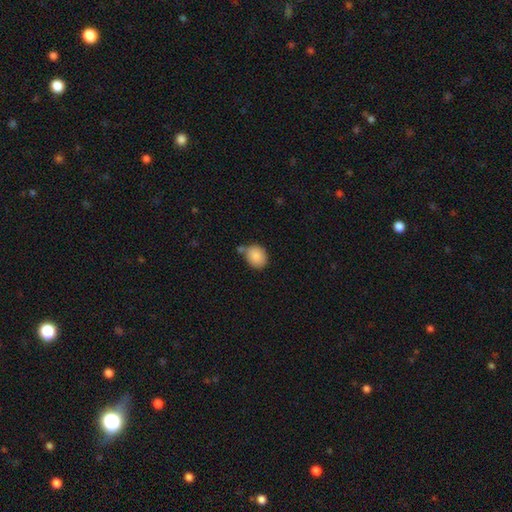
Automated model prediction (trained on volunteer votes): Morphology: type=smooth (87%); roundness=round (52%); merging=none (58%).